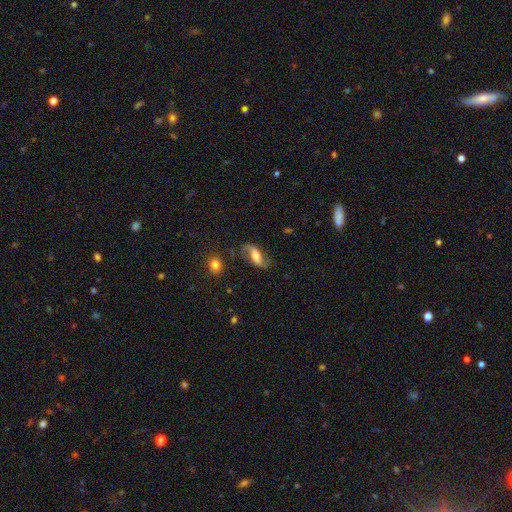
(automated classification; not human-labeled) A featured or disk galaxy (69%) with a weak bar (38%), 2 (90%) loose (72%) spiral arms (92%) and a moderate central bulge (47%).

Vote fractions:
- Smooth or featured? featured or disk: 69% / smooth: 23% / star or artifact: 8%
- Edge-on disk? no: 91% / yes: 9%
- Bar? weak: 38% / no: 32% / strong: 30%
- Spiral arms? yes: 92% / no: 8%
- Spiral winding? loose: 72% / medium: 22% / tight: 7%
- Spiral arm count? 2: 90% / 1: 4% / can't tell: 3% / 3: 1% / 4: 1% / more than 4: 1%
- Bulge size? moderate: 47% / large: 24% / small: 19% / none: 6% / dominant: 4%
- Merging? none: 70% / minor disturbance: 18% / major disturbance: 10% / merger: 2%